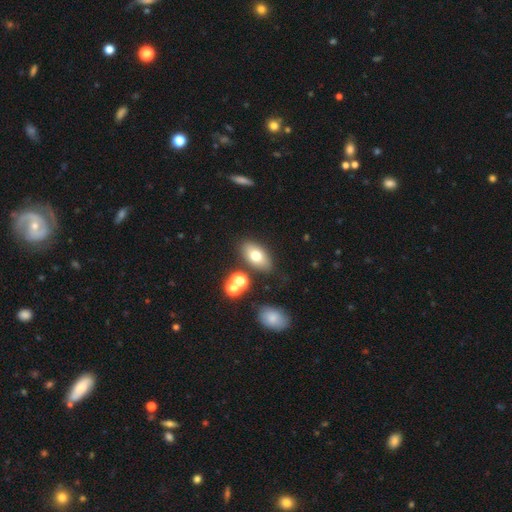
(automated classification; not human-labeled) This appears to be a smooth galaxy with no disk features (71%) that is in between round and cigar-shaped (88%). Merging: none (79%).